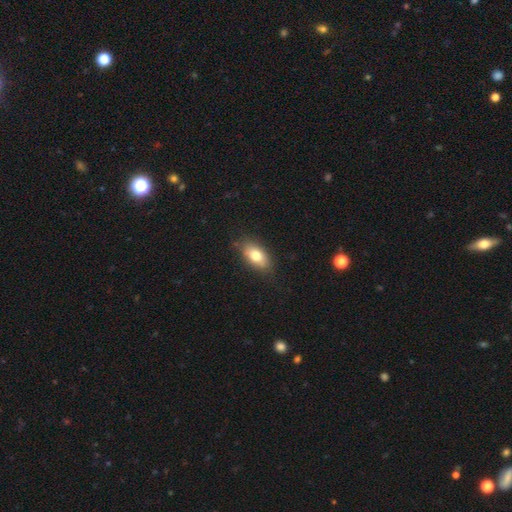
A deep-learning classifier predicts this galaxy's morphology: The model was most divided on "smooth or featured": smooth: 75%, featured or disk: 17%, star or artifact: 8%. More confident: how rounded — in between (88%); merging — none (80%).